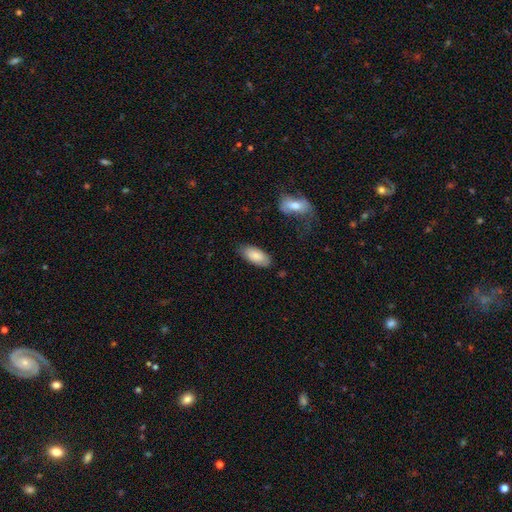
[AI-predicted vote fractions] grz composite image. It shows a smooth galaxy with no disk features (83%) that is in between round and cigar-shaped (92%). Merging: none (81%).